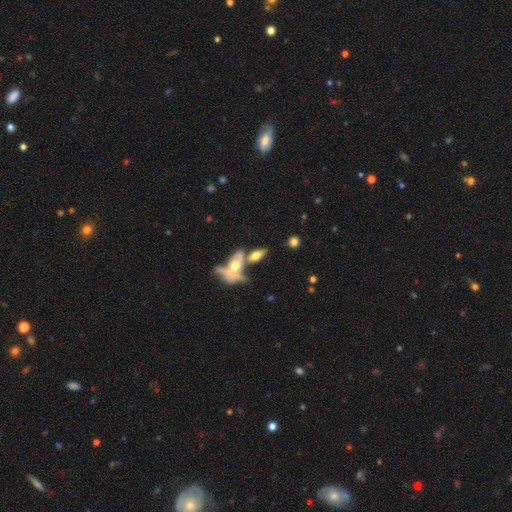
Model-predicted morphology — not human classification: smooth_or_featured: smooth (p=0.55) [alt: featured or disk p=0.35]
how_rounded: in between (p=0.77) [alt: cigar-shaped p=0.19]
merging: merger (p=0.42) [alt: none p=0.37]